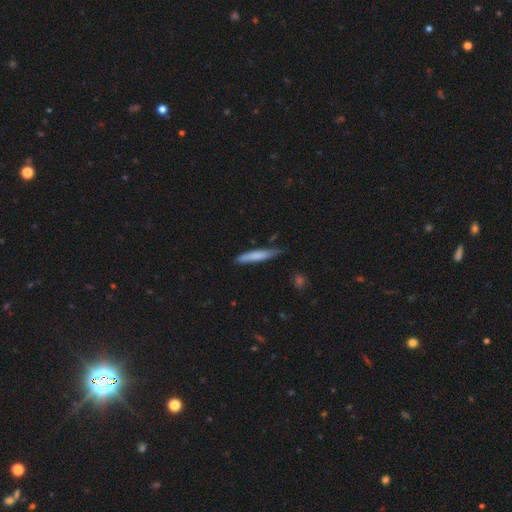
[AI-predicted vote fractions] Smooth or featured?
  - smooth: 74% *
  - featured or disk: 20%
  - star or artifact: 6%
How rounded?
  - cigar-shaped: 92% *
  - in between: 7%
  - round: 1%
Merging?
  - none: 72% *
  - minor disturbance: 23%
  - major disturbance: 3%
  - merger: 2%